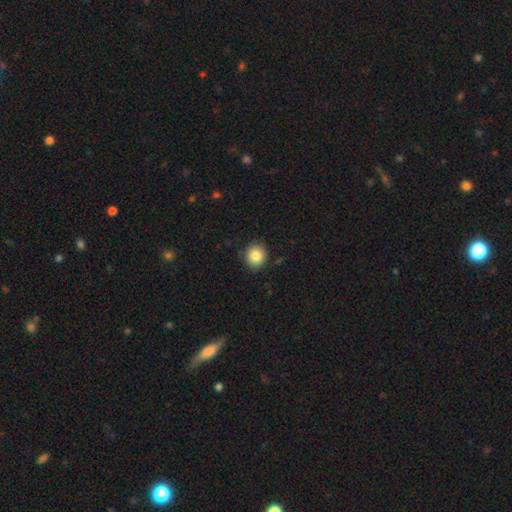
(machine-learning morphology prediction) This is clearly a smooth galaxy (85%). How rounded: clearly round (86%). Merging: clearly none (88%).